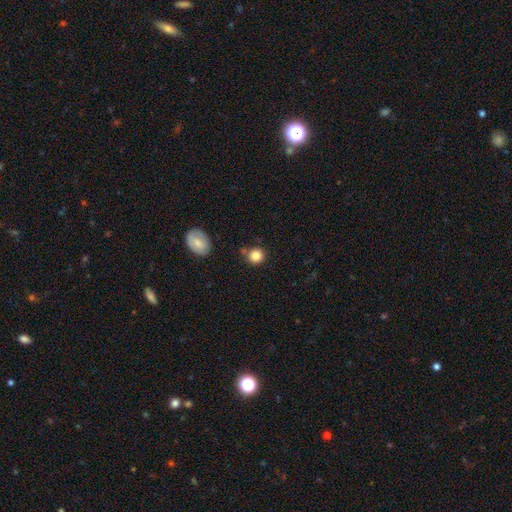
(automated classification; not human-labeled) smooth_or_featured: smooth (p=0.85) [alt: star or artifact p=0.10]
how_rounded: round (p=0.91) [alt: in between p=0.08]
merging: none (p=0.78) [alt: minor disturbance p=0.12]